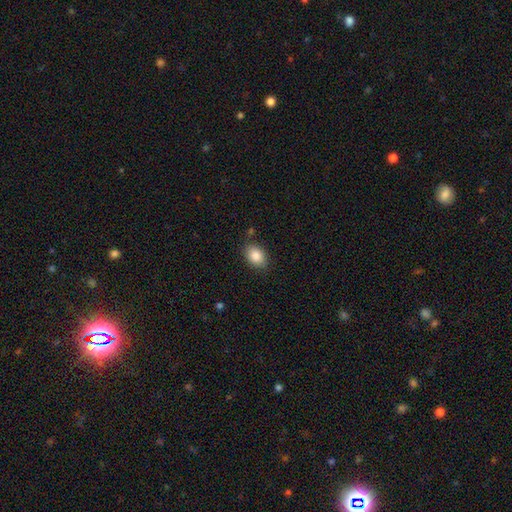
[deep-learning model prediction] Smooth or featured: smooth — 86% (star or artifact — 8%)
How rounded: in between — 79% (round — 20%)
Merging: none — 83% (minor disturbance — 12%)